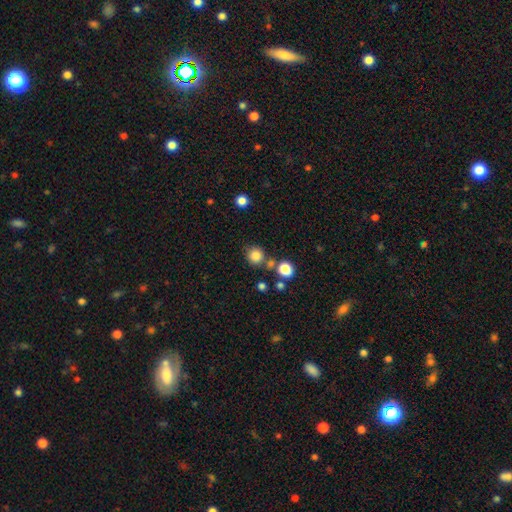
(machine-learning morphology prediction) This appears to be a smooth galaxy with no disk features (83%) that is round (91%). Merging: none (75%).